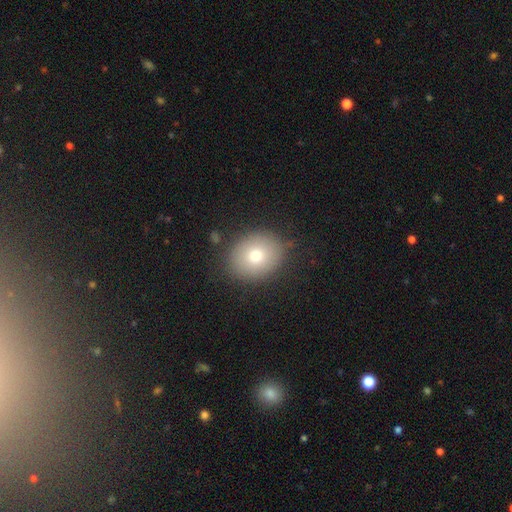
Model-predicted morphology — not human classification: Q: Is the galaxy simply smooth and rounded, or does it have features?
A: smooth — 76%.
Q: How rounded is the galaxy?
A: round — 56%.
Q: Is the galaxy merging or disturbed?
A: none — 83%.